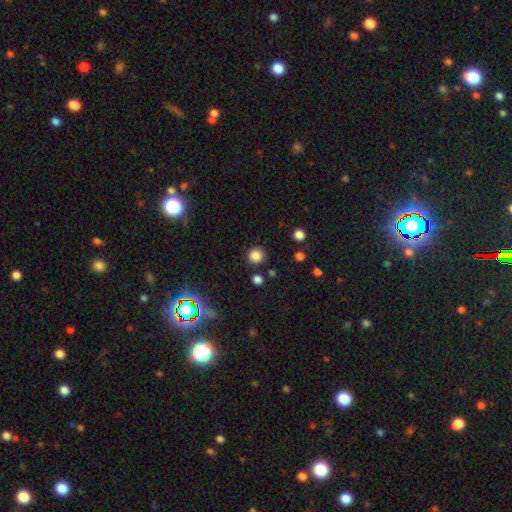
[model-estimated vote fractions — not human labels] This appears to be a smooth galaxy with no disk features (83%) that is round (93%). Merging: none (88%).